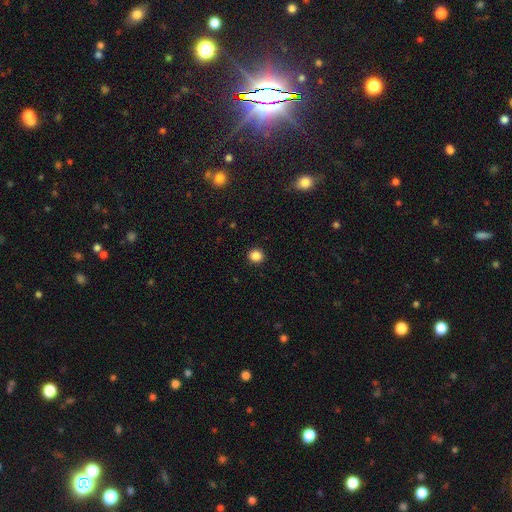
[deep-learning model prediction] smooth_or_featured: smooth (p=0.86) [alt: star or artifact p=0.11]
how_rounded: round (p=0.90) [alt: in between p=0.09]
merging: none (p=0.93) [alt: minor disturbance p=0.04]